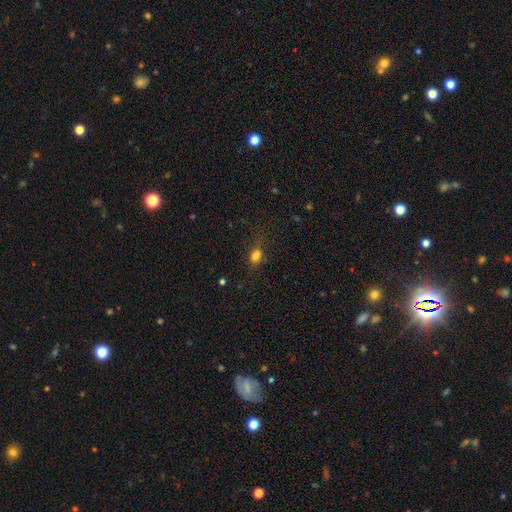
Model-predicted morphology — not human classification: Smooth or featured?
  - smooth: 75% *
  - star or artifact: 17%
  - featured or disk: 8%
How rounded?
  - in between: 72% *
  - round: 23%
  - cigar-shaped: 5%
Merging?
  - none: 56% *
  - minor disturbance: 23%
  - major disturbance: 15%
  - merger: 7%